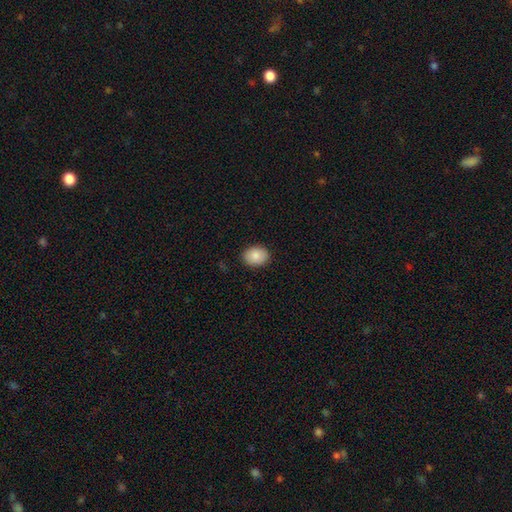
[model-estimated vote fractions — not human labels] The model was most divided on "how rounded": in between: 60%, round: 39%, cigar-shaped: 1%. More confident: merging — none (89%); smooth or featured — smooth (88%).